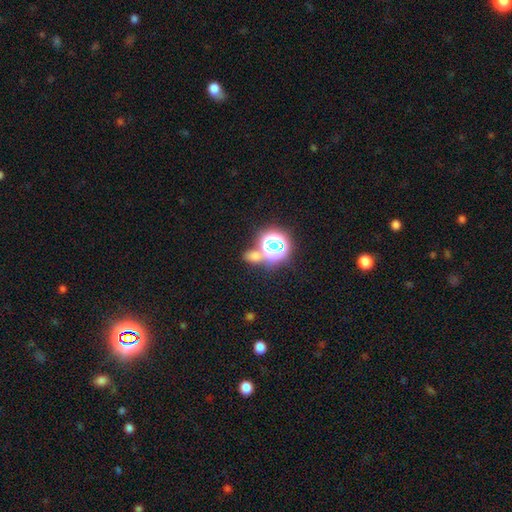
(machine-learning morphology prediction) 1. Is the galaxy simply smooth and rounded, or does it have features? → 56% smooth, 33% star or artifact, 11% featured or disk.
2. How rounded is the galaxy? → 60% round, 38% in between, 2% cigar-shaped.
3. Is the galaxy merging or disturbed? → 56% none, 26% merger, 11% minor disturbance, 7% major disturbance.